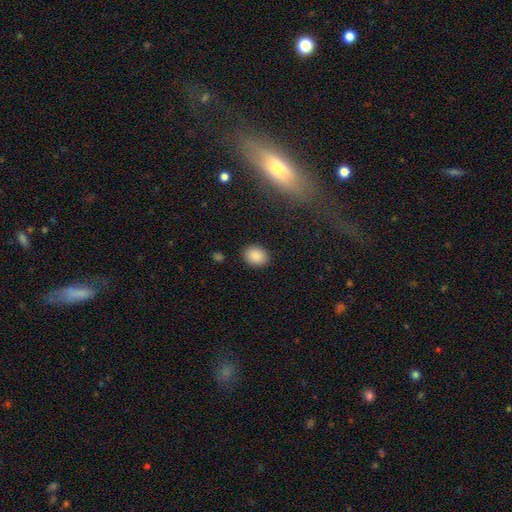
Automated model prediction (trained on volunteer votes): This appears to be a smooth galaxy with no disk features (88%) that is in between round and cigar-shaped (59%). Merging: none (88%).